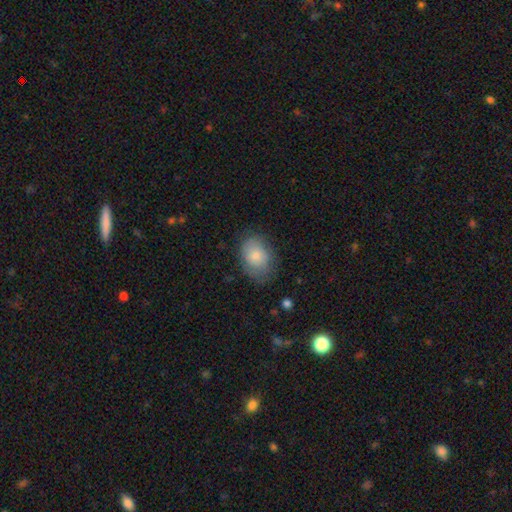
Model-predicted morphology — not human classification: This is likely a smooth galaxy (78%). How rounded: likely in between (70%). Merging: likely none (68%).